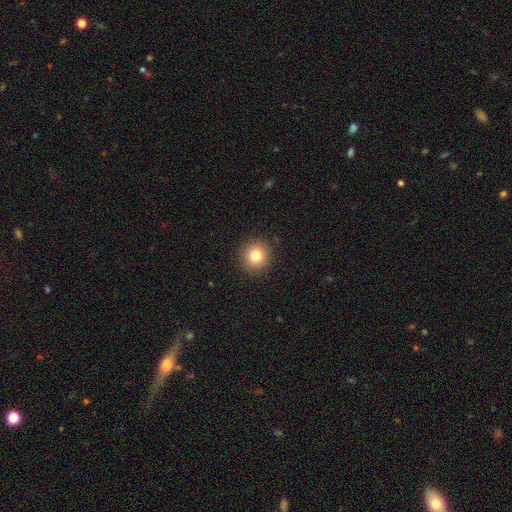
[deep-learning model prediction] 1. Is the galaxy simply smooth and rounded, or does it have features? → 81% smooth, 12% star or artifact, 7% featured or disk.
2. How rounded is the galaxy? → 92% round, 7% in between, 1% cigar-shaped.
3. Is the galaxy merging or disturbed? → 91% none, 6% minor disturbance, 2% major disturbance, 1% merger.